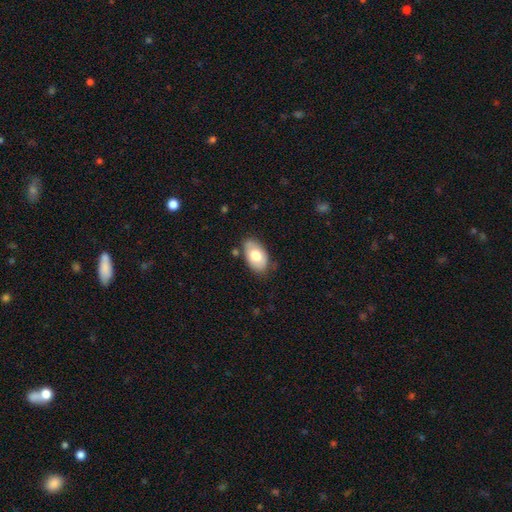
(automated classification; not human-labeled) A smooth galaxy with no disk features (69%) that is in between round and cigar-shaped (93%).

Vote fractions:
- Smooth or featured? smooth: 69% / featured or disk: 25% / star or artifact: 6%
- How rounded? in between: 93% / round: 6% / cigar-shaped: 1%
- Merging? none: 76% / minor disturbance: 17% / major disturbance: 4% / merger: 3%